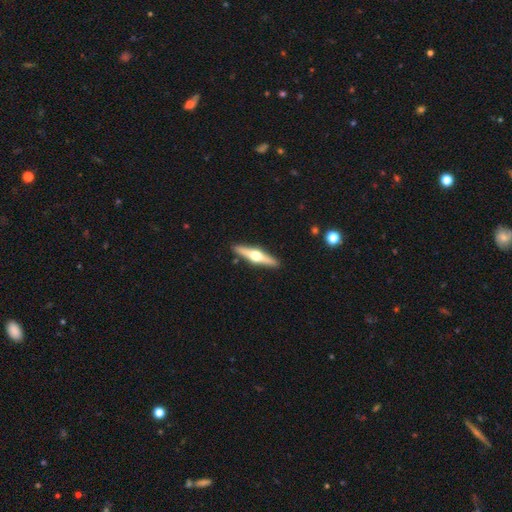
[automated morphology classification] A featured or disk galaxy (72%) viewed edge-on (97%) with a rounded central bulge (97%).

Vote fractions:
- Smooth or featured? featured or disk: 72% / smooth: 23% / star or artifact: 5%
- Edge-on disk? yes: 97% / no: 3%
- Edge-on bulge? rounded: 97% / boxy: 2% / none: 1%
- Merging? none: 92% / minor disturbance: 6% / major disturbance: 1% / merger: 1%